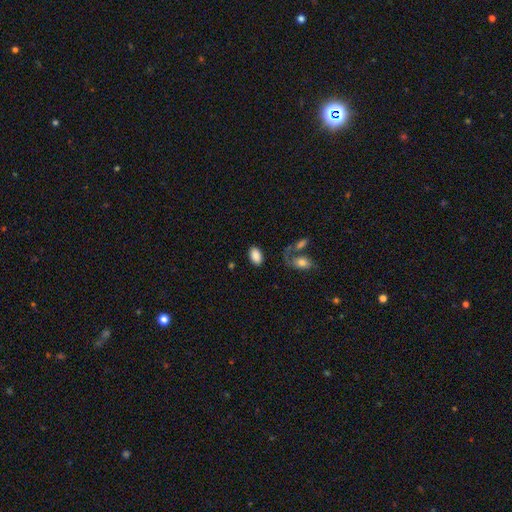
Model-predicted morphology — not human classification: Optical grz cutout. It shows a smooth galaxy with no disk features (86%) that is in between round and cigar-shaped (93%). Merging: none (76%).